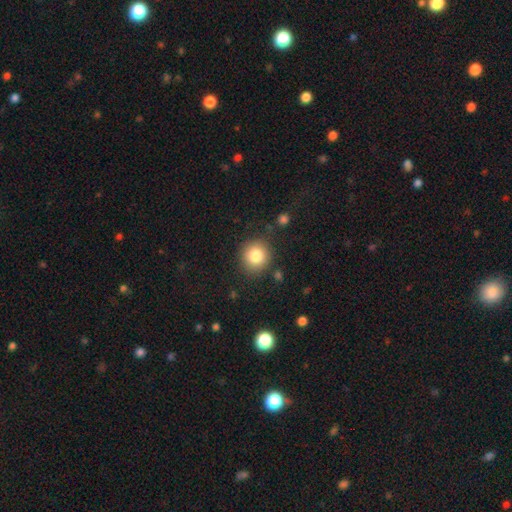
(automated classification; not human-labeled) smooth_or_featured: smooth (p=0.82) [alt: star or artifact p=0.10]
how_rounded: round (p=0.88) [alt: in between p=0.12]
merging: none (p=0.85) [alt: minor disturbance p=0.09]